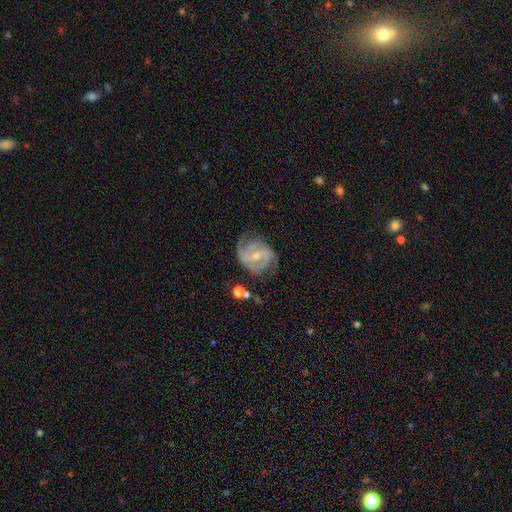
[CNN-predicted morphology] smooth_or_featured: featured or disk (p=0.89) [alt: smooth p=0.06]
disk_edge_on: no (p=0.98) [alt: yes p=0.02]
bar: weak (p=0.49) [alt: no p=0.31]
has_spiral_arms: yes (p=0.98) [alt: no p=0.02]
spiral_winding: tight (p=0.46) [alt: medium p=0.44]
spiral_arm_count: 2 (p=0.41) [alt: 3 p=0.36]
bulge_size: small (p=0.53) [alt: moderate p=0.43]
merging: none (p=0.69) [alt: minor disturbance p=0.21]